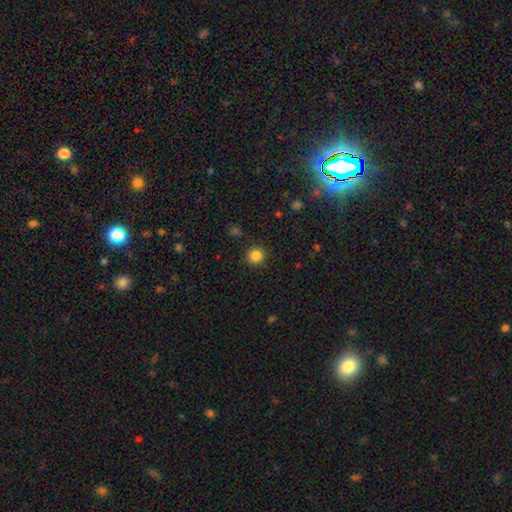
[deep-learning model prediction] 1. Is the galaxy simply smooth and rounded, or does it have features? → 84% smooth, 12% star or artifact, 4% featured or disk.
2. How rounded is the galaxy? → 93% round, 6% in between, 1% cigar-shaped.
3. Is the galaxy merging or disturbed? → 90% none, 6% minor disturbance, 2% major disturbance, 1% merger.